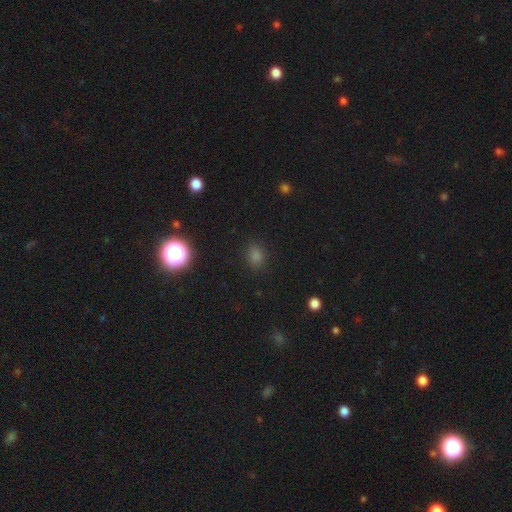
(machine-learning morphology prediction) type=smooth (73%); roundness=round (65%); merging=none (88%).